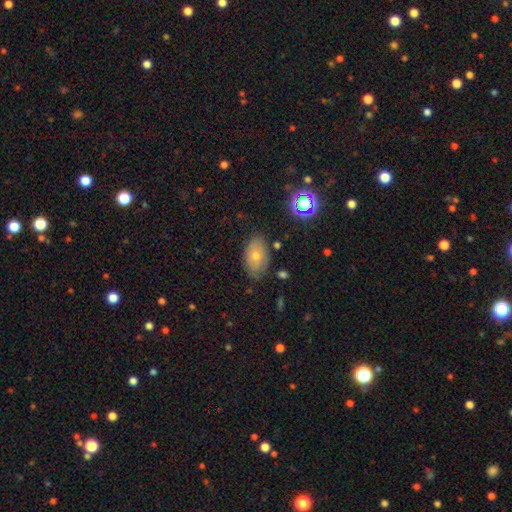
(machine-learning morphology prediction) smooth_or_featured: smooth (p=0.61) [alt: featured or disk p=0.23]
how_rounded: in between (p=0.88) [alt: round p=0.10]
merging: none (p=0.81) [alt: minor disturbance p=0.14]